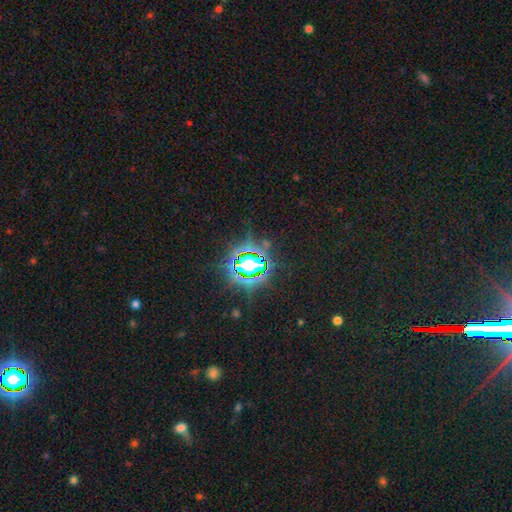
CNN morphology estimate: star or artifact 81%, smooth 12%, featured or disk 7%.